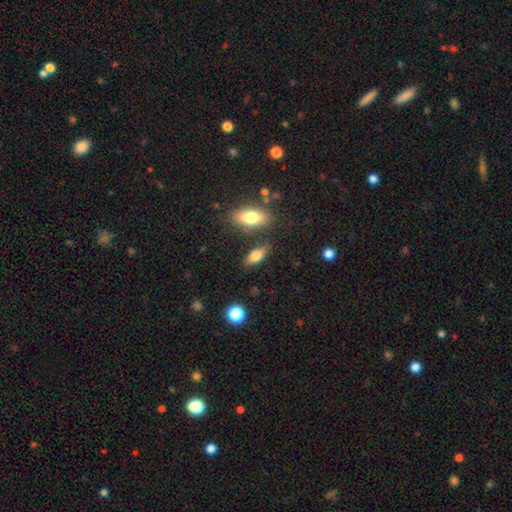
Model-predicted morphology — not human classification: smooth-or-featured: smooth: 76% | featured or disk: 16% | star or artifact: 8%
  how-rounded: in between: 77% | cigar-shaped: 18% | round: 4%
  merging: none: 76% | minor disturbance: 13% | merger: 7% | major disturbance: 4%